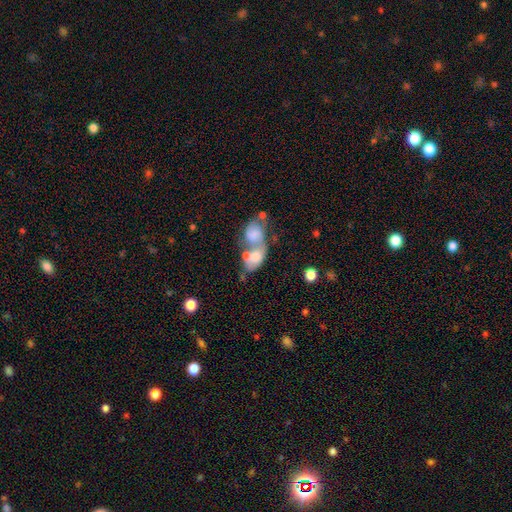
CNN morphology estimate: This appears to be a smooth galaxy with no disk features (54%) that is in between round and cigar-shaped (75%). Merging: merger (74%).